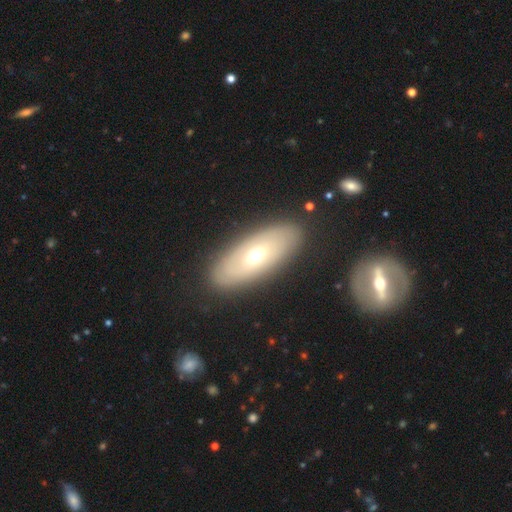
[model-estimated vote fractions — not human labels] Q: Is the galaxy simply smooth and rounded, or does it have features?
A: featured or disk — 51%.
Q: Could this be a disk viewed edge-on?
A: no — 76%.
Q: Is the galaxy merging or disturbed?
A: none — 84%.